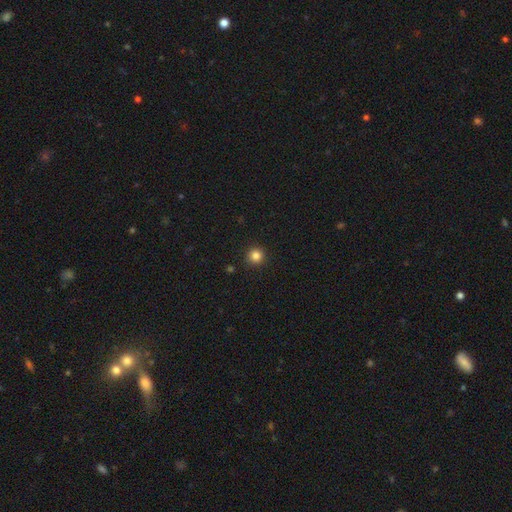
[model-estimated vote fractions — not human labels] A smooth galaxy with no disk features (84%) that is round (95%). Merging: none (92%).